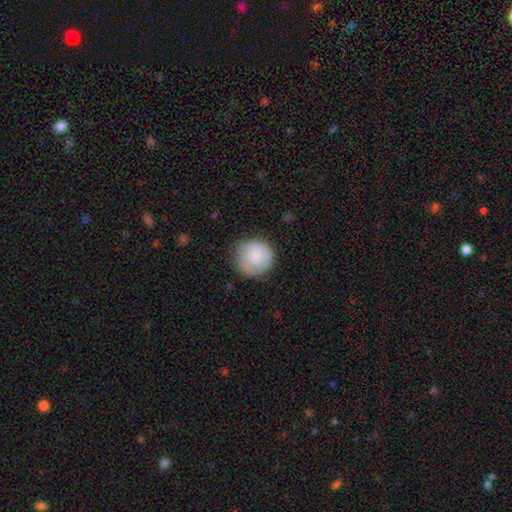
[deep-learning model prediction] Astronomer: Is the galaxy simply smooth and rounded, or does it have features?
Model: smooth — 83%.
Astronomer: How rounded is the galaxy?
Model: round — 93%.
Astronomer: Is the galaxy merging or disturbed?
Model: none — 78%.